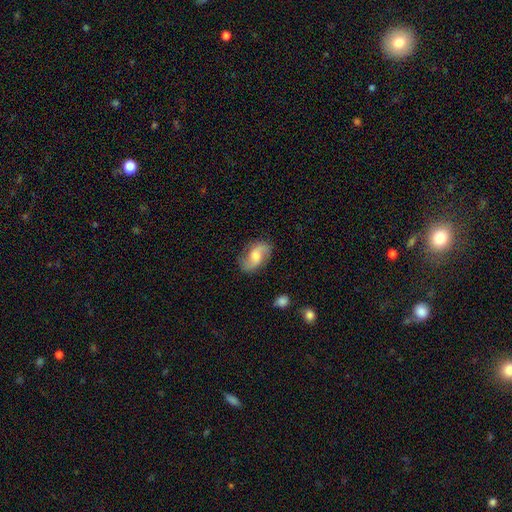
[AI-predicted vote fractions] Morphology: type=featured or disk (70%); edge-on=no (96%); bar=no (47%); spiral arms=yes (94%); winding=loose (59%); arm count=2 (91%); bulge=moderate (60%); merging=none (79%).